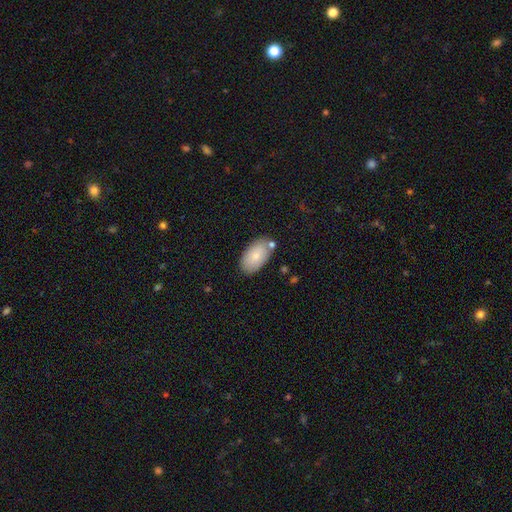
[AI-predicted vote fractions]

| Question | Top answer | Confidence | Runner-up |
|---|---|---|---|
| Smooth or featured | smooth | 80% | featured or disk (14%) |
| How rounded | in between | 95% | round (3%) |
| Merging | none | 77% | minor disturbance (14%) |